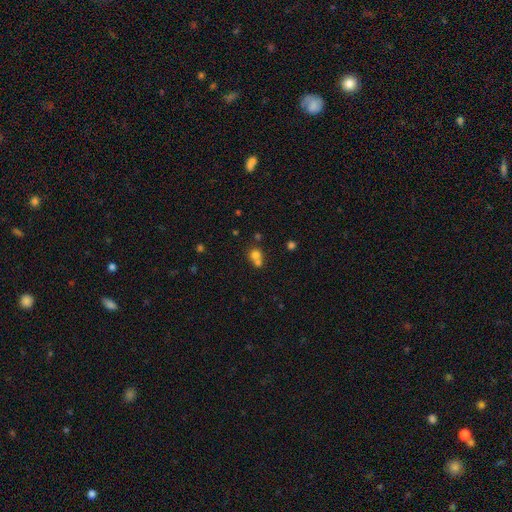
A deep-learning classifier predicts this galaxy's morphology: Smooth or featured?
  - smooth: 72% *
  - star or artifact: 15%
  - featured or disk: 13%
How rounded?
  - round: 81% *
  - in between: 18%
  - cigar-shaped: 1%
Merging?
  - merger: 54% *
  - none: 37%
  - minor disturbance: 6%
  - major disturbance: 3%